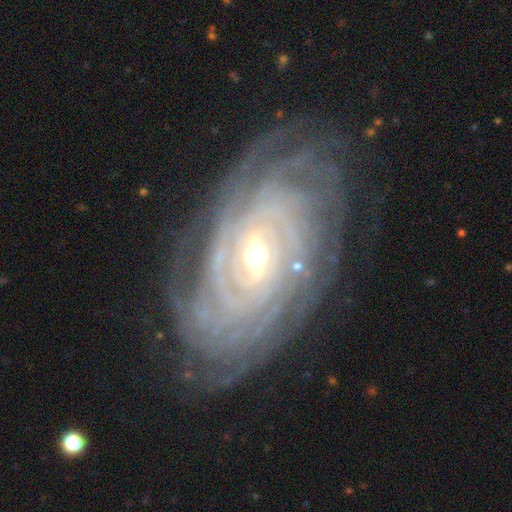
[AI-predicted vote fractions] Smooth or featured?
  - featured or disk: 91% *
  - star or artifact: 5%
  - smooth: 4%
Edge-on disk?
  - no: 96% *
  - yes: 4%
Bar?
  - weak: 44% *
  - no: 28%
  - strong: 28%
Spiral arms?
  - yes: 98% *
  - no: 2%
Spiral winding?
  - tight: 87% *
  - medium: 11%
  - loose: 2%
Spiral arm count?
  - more than 4: 31% *
  - can't tell: 24%
  - 4: 20%
  - 3: 10%
  - 2: 9%
  - 1: 7%
Bulge size?
  - small: 52% *
  - moderate: 44%
  - large: 2%
  - none: 1%
  - dominant: 1%
Merging?
  - none: 82% *
  - minor disturbance: 13%
  - major disturbance: 4%
  - merger: 1%